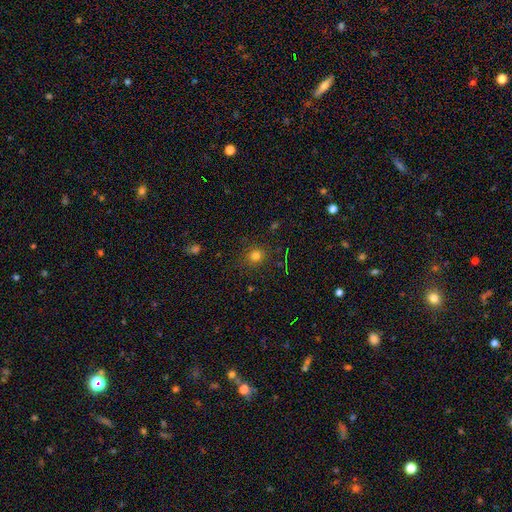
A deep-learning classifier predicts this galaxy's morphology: Smooth or featured? Predicted: smooth (p=0.77). How rounded? Predicted: round (p=0.85). Merging? Predicted: none (p=0.84).